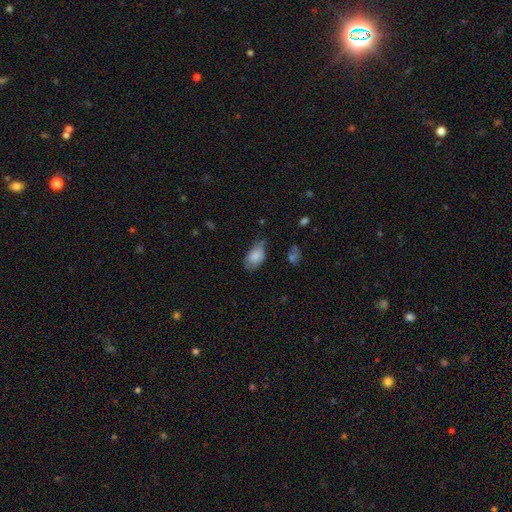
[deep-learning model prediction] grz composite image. It shows a smooth galaxy with no disk features (77%) that is in between round and cigar-shaped (91%). Merging: none (41%).